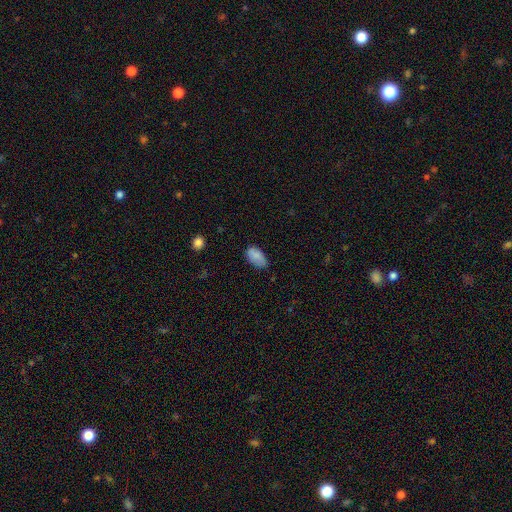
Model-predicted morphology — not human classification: A smooth galaxy with no disk features (84%) that is in between round and cigar-shaped (94%).

Vote fractions:
- Smooth or featured? smooth: 84% / featured or disk: 8% / star or artifact: 7%
- How rounded? in between: 94% / round: 4% / cigar-shaped: 2%
- Merging? none: 63% / minor disturbance: 30% / major disturbance: 5% / merger: 2%